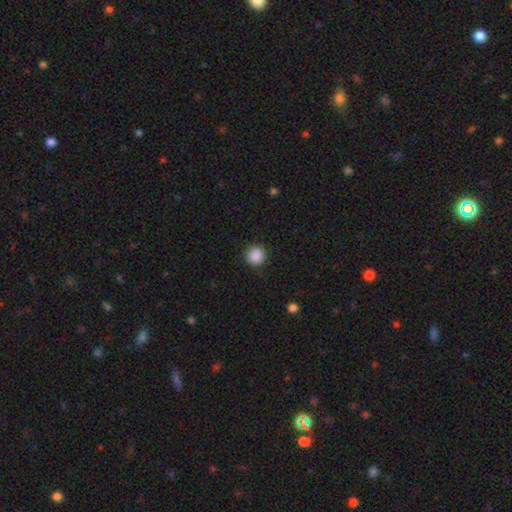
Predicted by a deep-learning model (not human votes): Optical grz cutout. It shows a smooth galaxy with no disk features (88%) that is round (94%). Merging: none (91%).